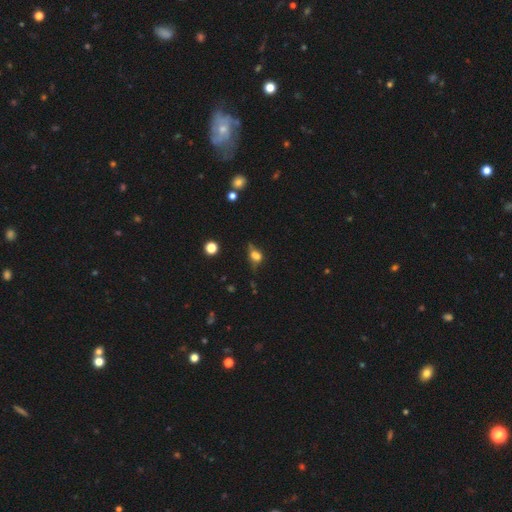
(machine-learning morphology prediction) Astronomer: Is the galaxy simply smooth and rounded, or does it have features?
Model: smooth — 54%.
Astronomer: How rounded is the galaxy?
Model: in between — 53% (runner-up: round, 39%).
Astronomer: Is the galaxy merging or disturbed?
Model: none — 42% (runner-up: minor disturbance, 25%).